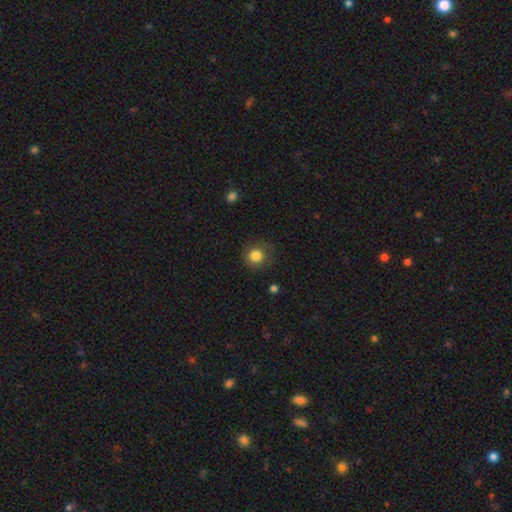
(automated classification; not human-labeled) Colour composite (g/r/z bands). It shows a smooth galaxy with no disk features (84%) that is round (89%). Merging: none (80%).